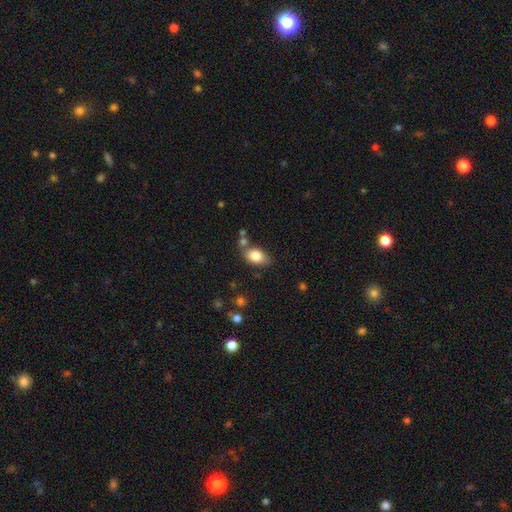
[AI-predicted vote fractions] Smooth or featured? smooth (82%)
How rounded? in between (85%)
Merging? none (67%)